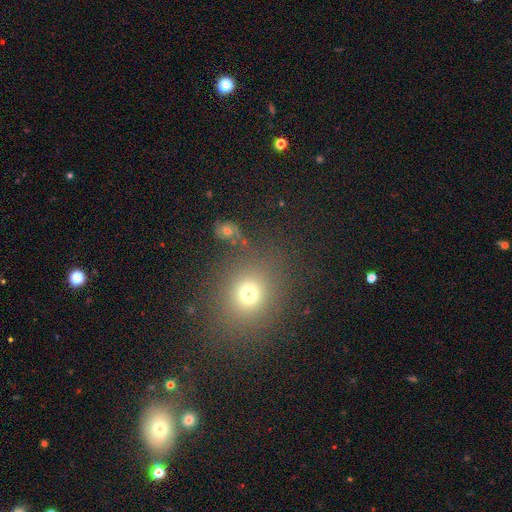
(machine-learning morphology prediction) Smooth or featured?
  - smooth: 57% *
  - star or artifact: 35%
  - featured or disk: 8%
How rounded?
  - round: 78% *
  - in between: 20%
  - cigar-shaped: 1%
Merging?
  - none: 83% *
  - minor disturbance: 8%
  - merger: 5%
  - major disturbance: 3%